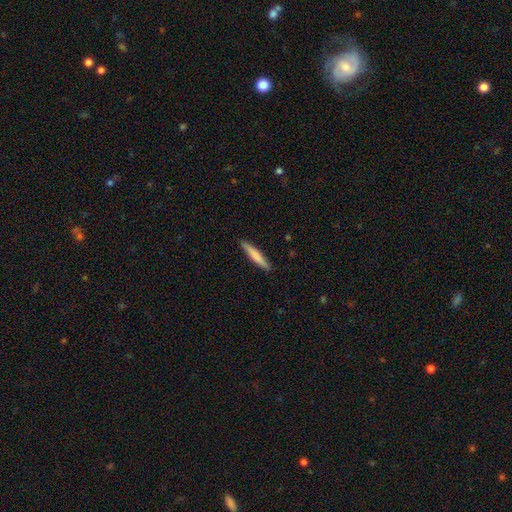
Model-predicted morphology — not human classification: The model was most divided on "smooth or featured": smooth: 78%, featured or disk: 17%, star or artifact: 5%. More confident: how rounded — cigar-shaped (92%); merging — none (90%).